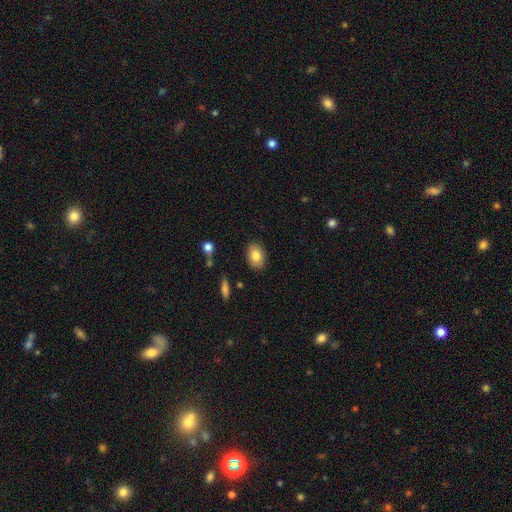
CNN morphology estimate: Q: Smooth or featured?
A: smooth (82%); runner-up: featured or disk (11%)
Q: How rounded?
A: in between (85%); runner-up: round (13%)
Q: Merging?
A: none (87%); runner-up: minor disturbance (9%)